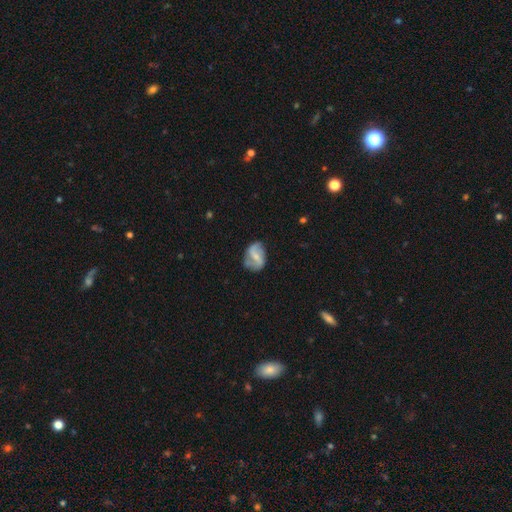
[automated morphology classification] Smooth or featured? featured or disk (70%)
Edge-on disk? no (97%)
Bar? weak (47%)
Spiral arms? yes (87%)
Spiral winding? loose (54%)
Spiral arm count? 2 (85%)
Bulge size? small (55%)
Merging? none (63%)